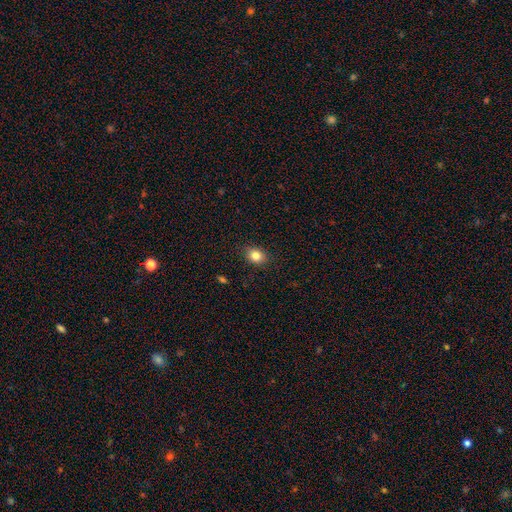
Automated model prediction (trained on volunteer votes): A smooth galaxy with no disk features (82%) that is in between round and cigar-shaped (58%). Merging: none (88%).